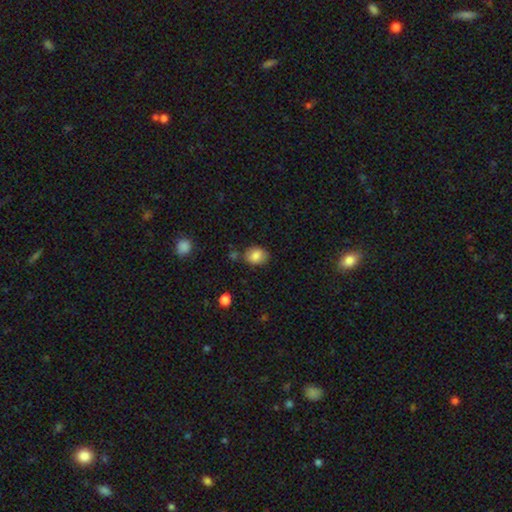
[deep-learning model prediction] This is clearly a smooth galaxy (84%). How rounded: possibly in between (59%). Merging: likely none (74%).